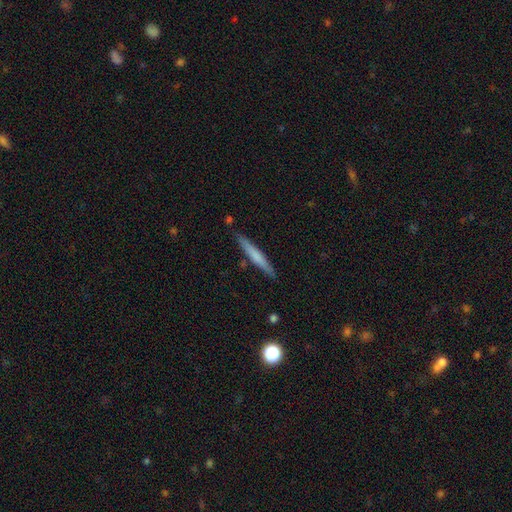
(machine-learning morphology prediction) The model was most divided on "smooth or featured": smooth: 58%, featured or disk: 37%, star or artifact: 6%. More confident: how rounded — cigar-shaped (95%); merging — none (86%).